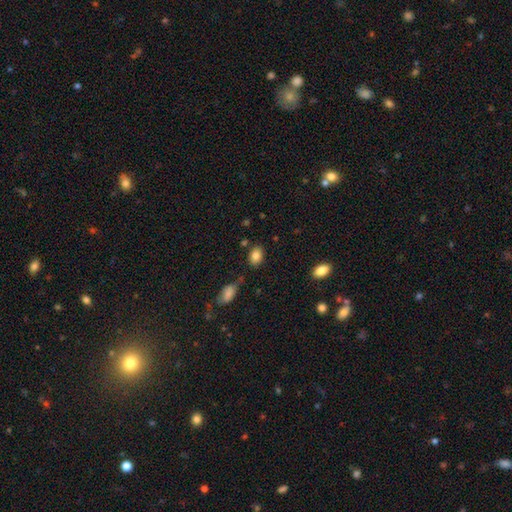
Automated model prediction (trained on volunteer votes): Smooth or featured: smooth — 84% (star or artifact — 9%)
How rounded: in between — 78% (round — 20%)
Merging: none — 79% (minor disturbance — 13%)